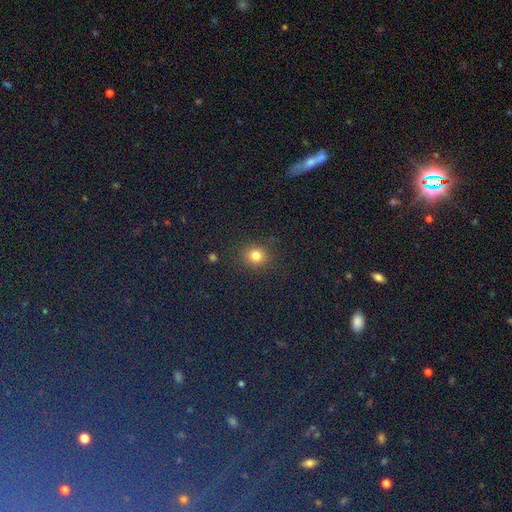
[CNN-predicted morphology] Smooth or featured: smooth — 78% (star or artifact — 16%)
How rounded: round — 85% (in between — 14%)
Merging: none — 86% (minor disturbance — 8%)